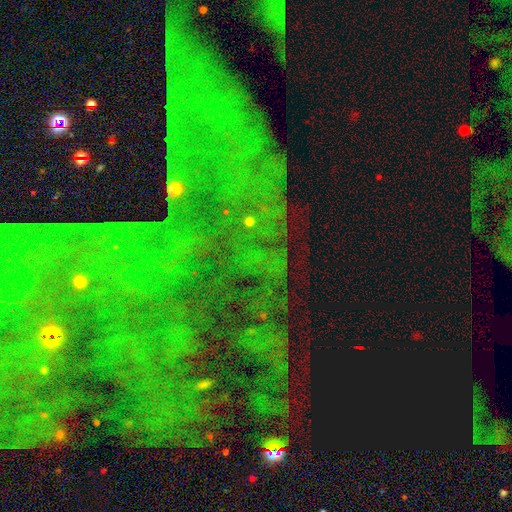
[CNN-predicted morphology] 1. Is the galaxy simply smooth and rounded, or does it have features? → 79% star or artifact, 12% featured or disk, 8% smooth.